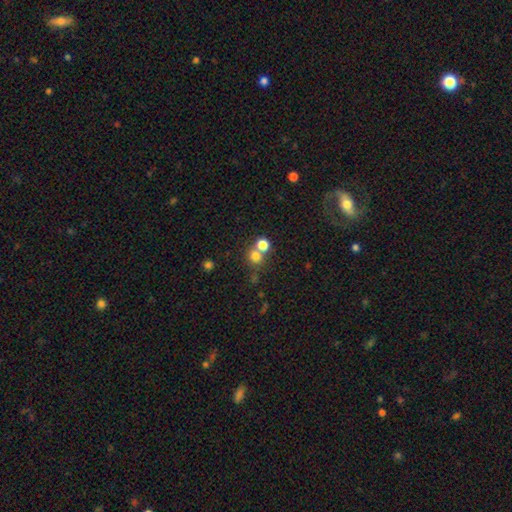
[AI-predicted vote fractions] Q: Smooth or featured?
A: smooth (74%); runner-up: star or artifact (17%)
Q: How rounded?
A: round (83%); runner-up: in between (16%)
Q: Merging?
A: none (52%); runner-up: merger (38%)